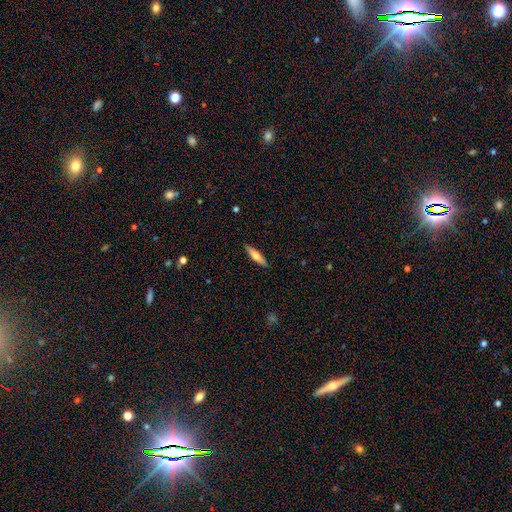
Volunteers were most divided on "smooth or featured": smooth: 50%, featured or disk: 45%, star or artifact: 5%. More confident: merging — none (86%); how rounded — cigar-shaped (58%).